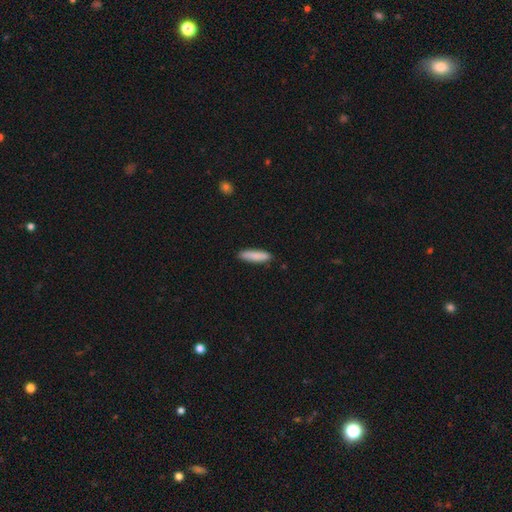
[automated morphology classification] The model was most divided on "how rounded": cigar-shaped: 75%, in between: 23%, round: 1%. More confident: merging — none (87%); smooth or featured — smooth (87%).